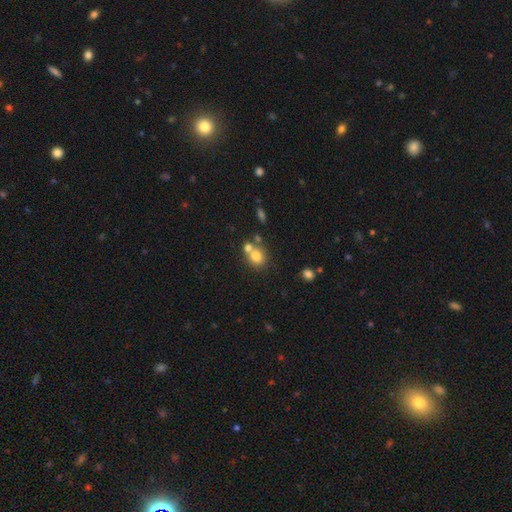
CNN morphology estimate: smooth_or_featured: smooth (p=0.76) [alt: featured or disk p=0.13]
how_rounded: round (p=0.73) [alt: in between p=0.26]
merging: none (p=0.49) [alt: merger p=0.37]